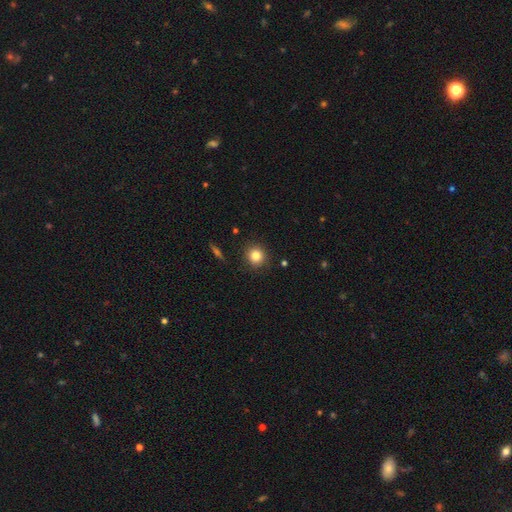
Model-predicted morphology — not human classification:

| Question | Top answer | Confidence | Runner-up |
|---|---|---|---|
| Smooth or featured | smooth | 82% | star or artifact (11%) |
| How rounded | round | 89% | in between (10%) |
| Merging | none | 89% | minor disturbance (8%) |